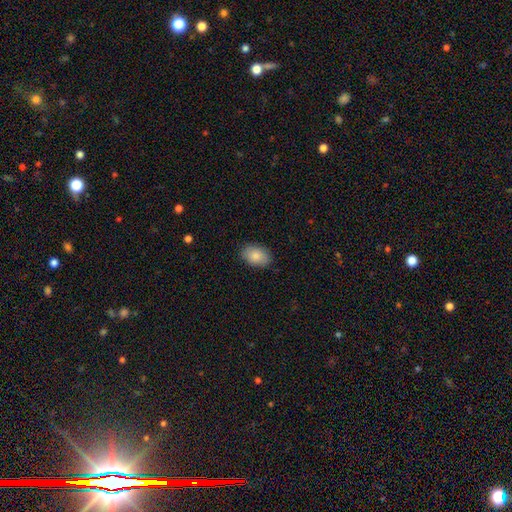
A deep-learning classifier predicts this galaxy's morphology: smooth-or-featured: smooth: 86% | featured or disk: 7% | star or artifact: 7%
  how-rounded: in between: 88% | round: 11% | cigar-shaped: 1%
  merging: none: 86% | minor disturbance: 10% | major disturbance: 2% | merger: 1%